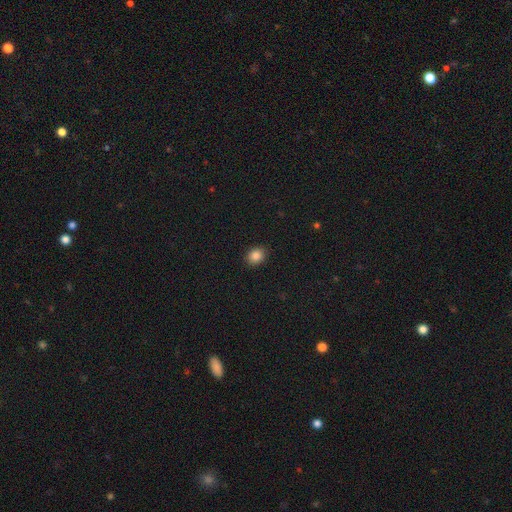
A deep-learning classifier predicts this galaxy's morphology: This is clearly a smooth galaxy (86%). How rounded: possibly round (53%). Merging: clearly none (90%).